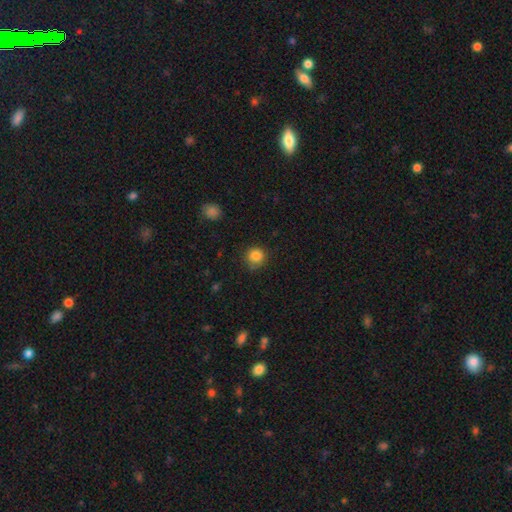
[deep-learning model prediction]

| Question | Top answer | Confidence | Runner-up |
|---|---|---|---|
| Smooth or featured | smooth | 84% | star or artifact (11%) |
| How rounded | round | 92% | in between (7%) |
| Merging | none | 80% | minor disturbance (16%) |